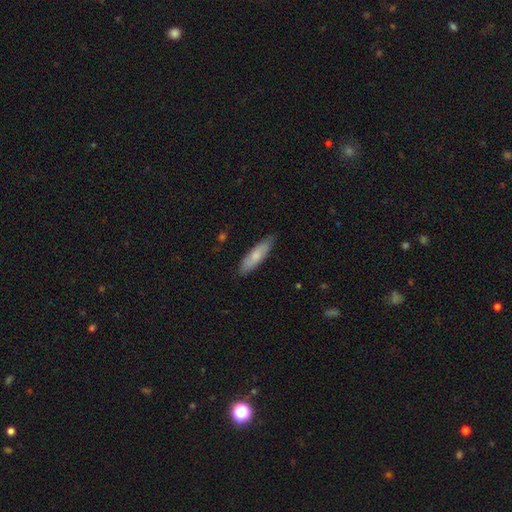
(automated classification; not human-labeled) Smooth or featured?
  - smooth: 73% *
  - featured or disk: 22%
  - star or artifact: 5%
How rounded?
  - cigar-shaped: 66% *
  - in between: 33%
  - round: 2%
Merging?
  - none: 84% *
  - minor disturbance: 13%
  - major disturbance: 2%
  - merger: 1%